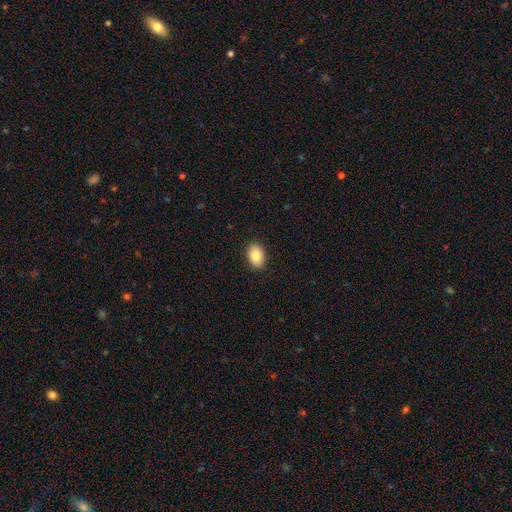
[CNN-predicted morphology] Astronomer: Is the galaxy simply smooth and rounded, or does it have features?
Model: smooth — 85%.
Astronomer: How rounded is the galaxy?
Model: in between — 85%.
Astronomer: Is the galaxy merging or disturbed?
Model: none — 89%.